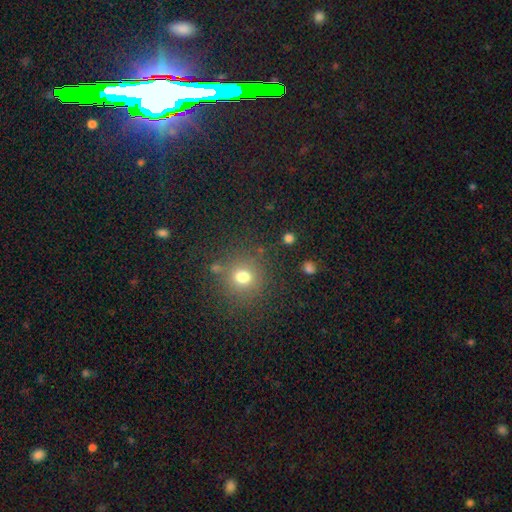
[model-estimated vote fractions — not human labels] Smooth or featured? smooth (52%)
How rounded? round (93%)
Merging? none (86%)